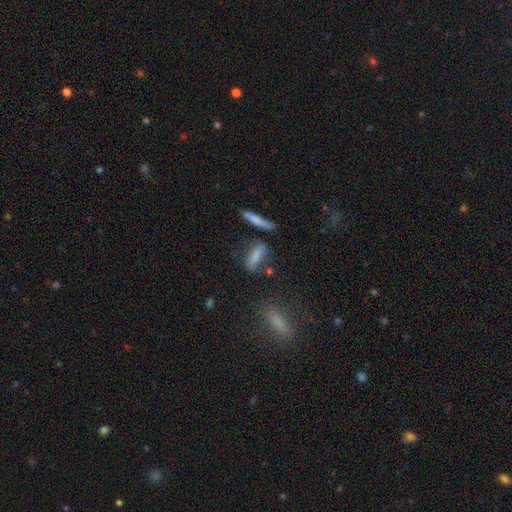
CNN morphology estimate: smooth 73%, featured or disk 15%, star or artifact 12%. Down the decision tree: how rounded — cigar-shaped (48%); merging — none (56%).